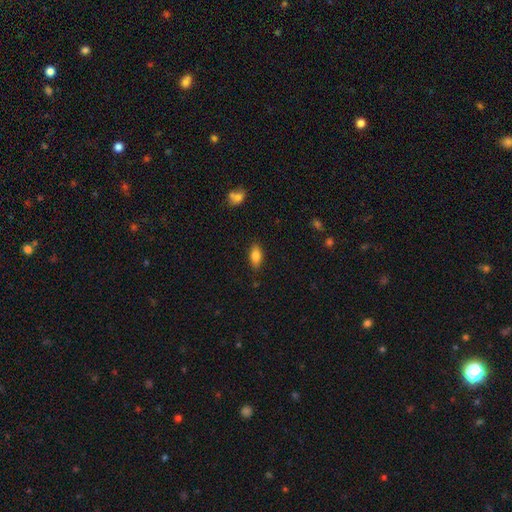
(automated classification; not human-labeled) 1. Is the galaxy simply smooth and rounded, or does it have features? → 82% smooth, 10% featured or disk, 8% star or artifact.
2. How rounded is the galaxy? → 85% in between, 11% cigar-shaped, 4% round.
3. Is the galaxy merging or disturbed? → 83% none, 13% minor disturbance, 3% major disturbance, 2% merger.